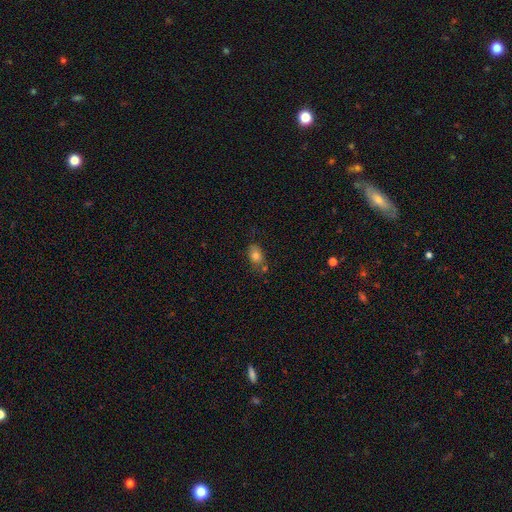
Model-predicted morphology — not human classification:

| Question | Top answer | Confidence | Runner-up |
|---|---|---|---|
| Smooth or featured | smooth | 77% | featured or disk (12%) |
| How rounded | in between | 78% | round (20%) |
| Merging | none | 63% | minor disturbance (20%) |